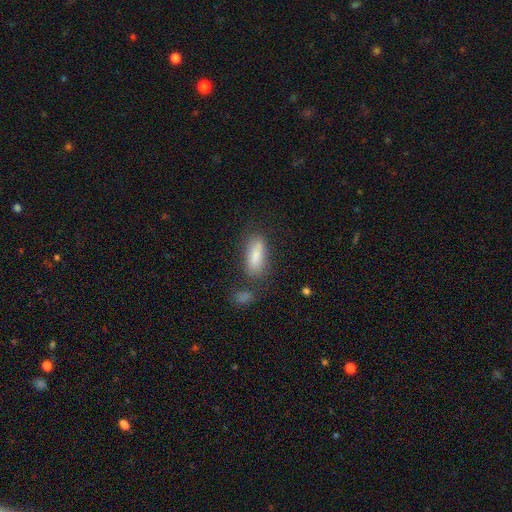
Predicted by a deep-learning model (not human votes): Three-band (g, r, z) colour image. It shows a smooth galaxy with no disk features (81%) that is in between round and cigar-shaped (71%). Merging: none (64%).